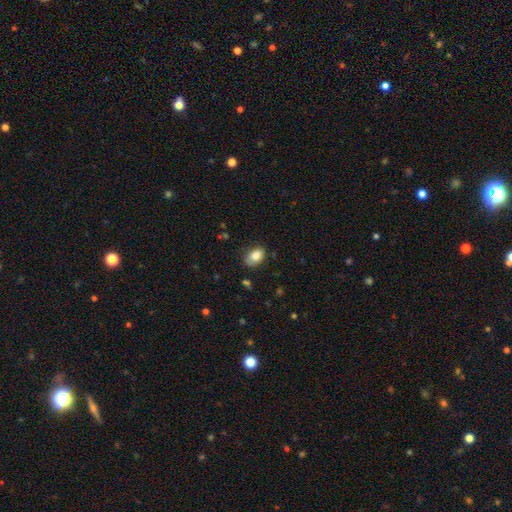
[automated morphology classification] type=smooth (84%); roundness=in between (86%); merging=none (73%).